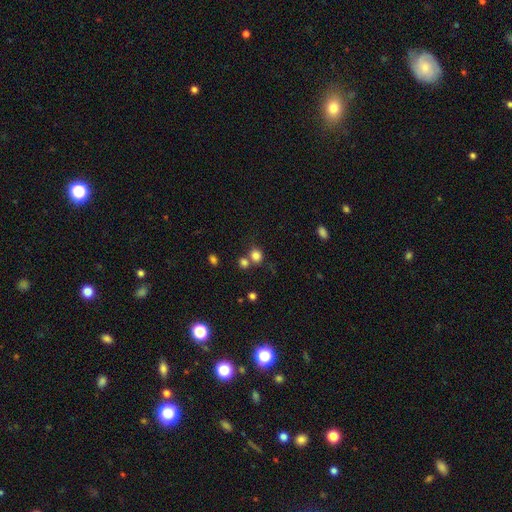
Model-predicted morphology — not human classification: Smooth or featured? smooth (81%)
How rounded? round (78%)
Merging? none (57%)